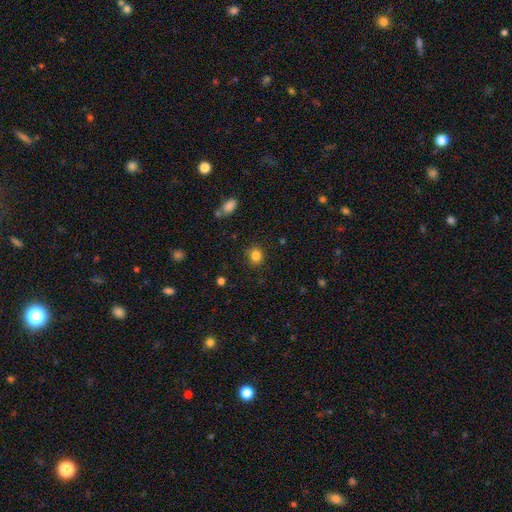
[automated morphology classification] Smooth or featured?
  - smooth: 84% *
  - star or artifact: 11%
  - featured or disk: 5%
How rounded?
  - round: 80% *
  - in between: 20%
  - cigar-shaped: 1%
Merging?
  - none: 85% *
  - minor disturbance: 10%
  - major disturbance: 3%
  - merger: 2%